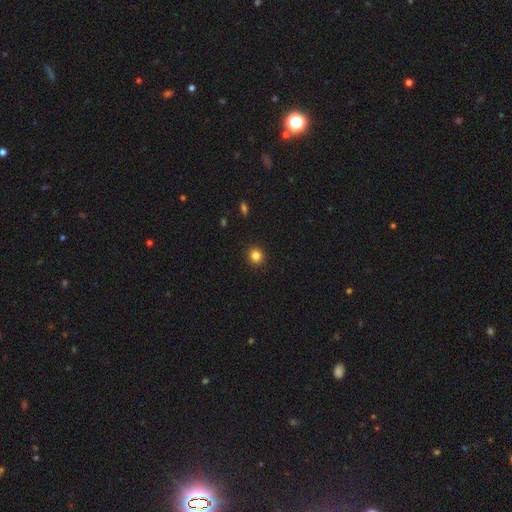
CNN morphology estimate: A smooth galaxy with no disk features (84%) that is round (86%). Merging: none (92%).